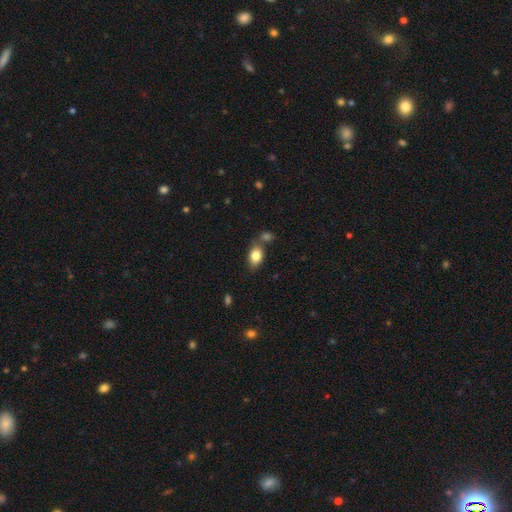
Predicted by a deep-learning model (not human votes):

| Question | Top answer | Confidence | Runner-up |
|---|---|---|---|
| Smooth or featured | smooth | 82% | featured or disk (10%) |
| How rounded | in between | 82% | round (16%) |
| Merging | none | 61% | merger (22%) |